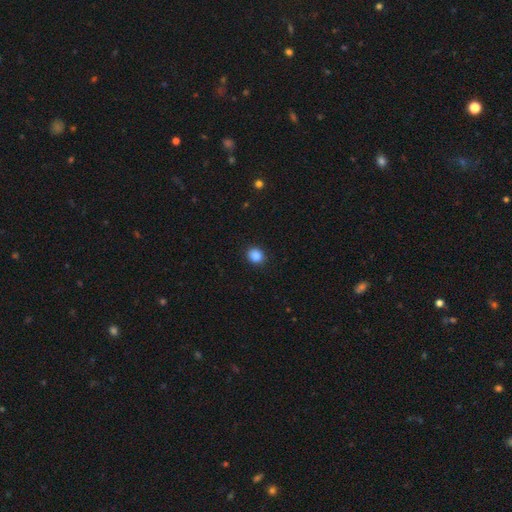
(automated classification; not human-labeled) smooth-or-featured: smooth: 87% | star or artifact: 10% | featured or disk: 3%
  how-rounded: round: 70% | in between: 29% | cigar-shaped: 1%
  merging: none: 90% | minor disturbance: 7% | major disturbance: 2% | merger: 1%